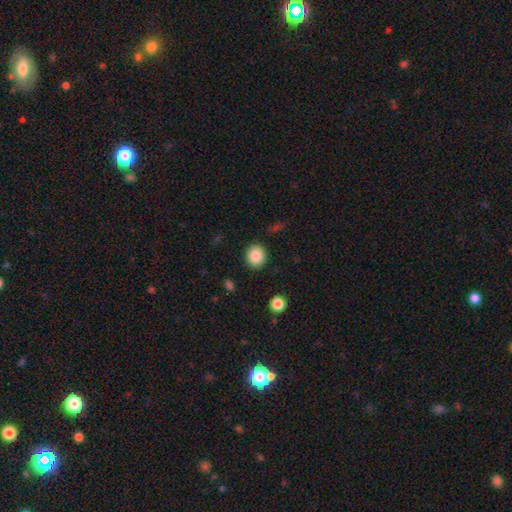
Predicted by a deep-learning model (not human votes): A smooth galaxy with no disk features (85%) that is round (81%).

Vote fractions:
- Smooth or featured? smooth: 85% / star or artifact: 9% / featured or disk: 6%
- How rounded? round: 81% / in between: 18% / cigar-shaped: 1%
- Merging? none: 90% / minor disturbance: 7% / major disturbance: 2% / merger: 1%